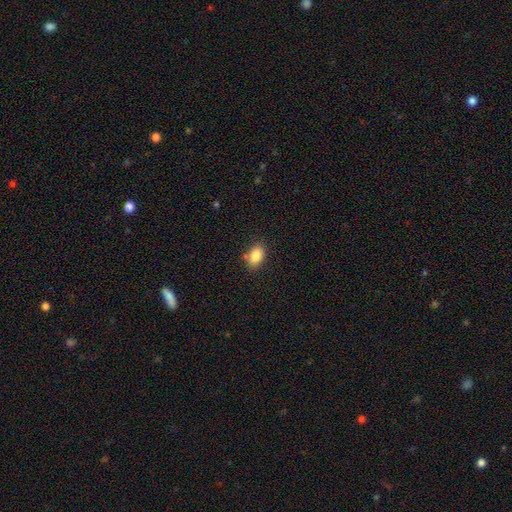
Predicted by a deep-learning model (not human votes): Smooth or featured? smooth (86%)
How rounded? in between (86%)
Merging? none (79%)